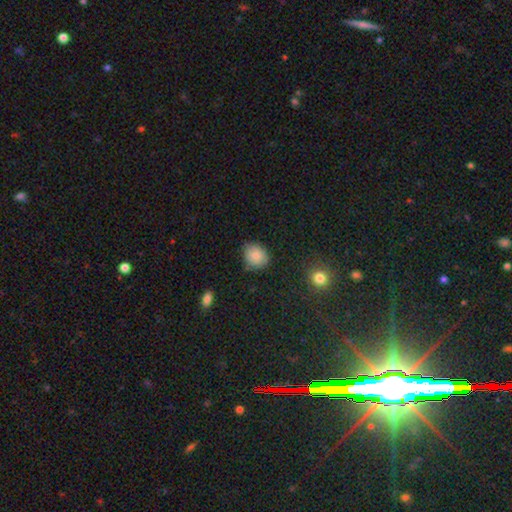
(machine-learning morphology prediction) A smooth galaxy with no disk features (84%) that is round (57%).

Vote fractions:
- Smooth or featured? smooth: 84% / star or artifact: 9% / featured or disk: 7%
- How rounded? round: 57% / in between: 42% / cigar-shaped: 1%
- Merging? none: 75% / minor disturbance: 20% / major disturbance: 3% / merger: 2%